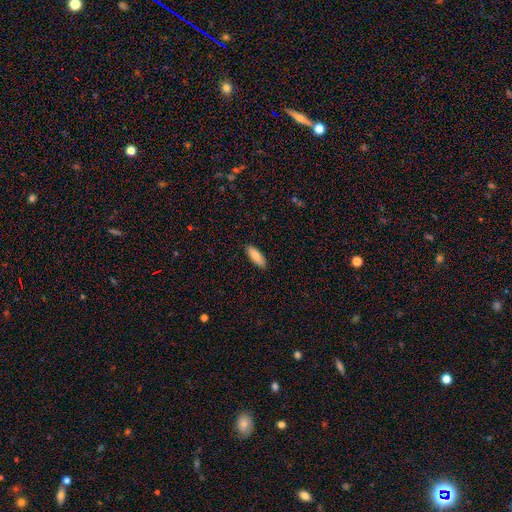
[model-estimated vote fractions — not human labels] Morphology: type=smooth (86%); roundness=in between (66%); merging=none (89%).